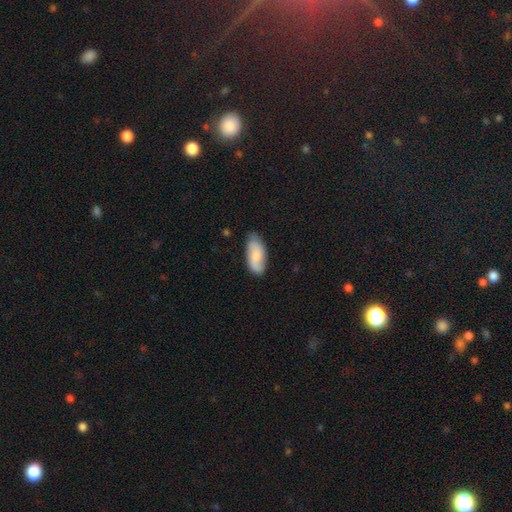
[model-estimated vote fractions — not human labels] This is likely a smooth galaxy (64%). How rounded: clearly in between (90%). Merging: likely none (75%).